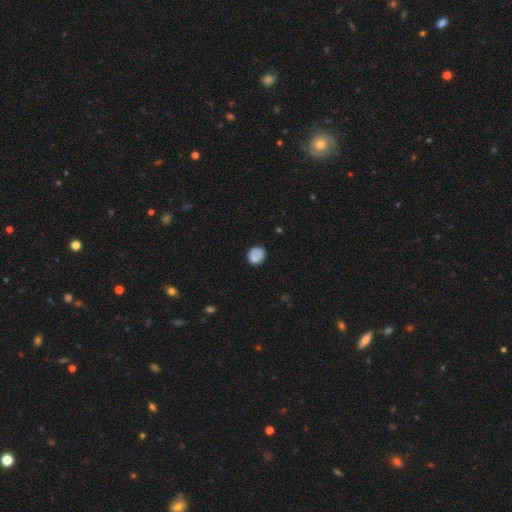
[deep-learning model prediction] This is clearly a smooth galaxy (81%). How rounded: likely round (75%). Merging: likely none (70%).